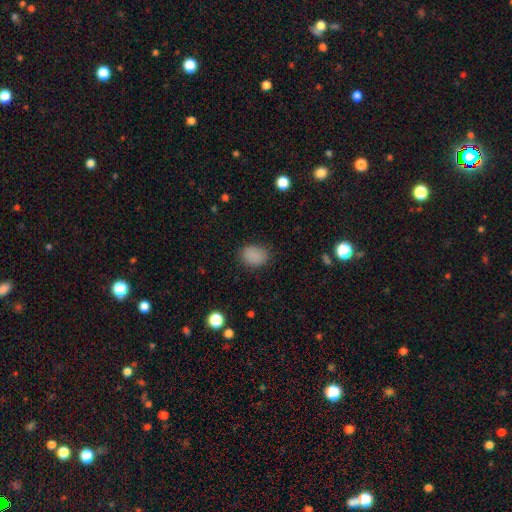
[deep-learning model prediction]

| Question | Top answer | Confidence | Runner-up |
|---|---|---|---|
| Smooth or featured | smooth | 86% | star or artifact (10%) |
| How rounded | in between | 66% | round (33%) |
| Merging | none | 82% | minor disturbance (14%) |